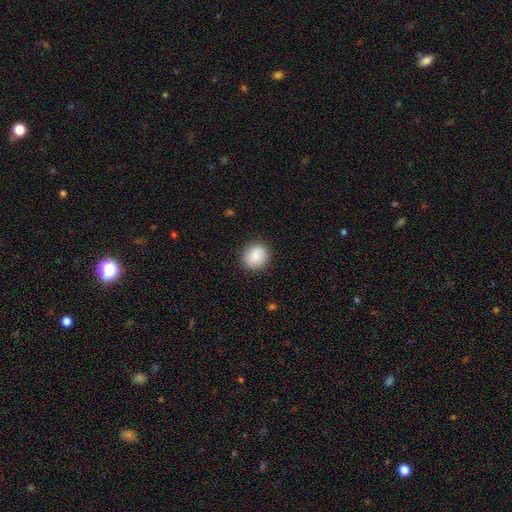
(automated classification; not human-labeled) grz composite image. It shows a smooth galaxy with no disk features (85%) that is round (85%). Merging: none (88%).